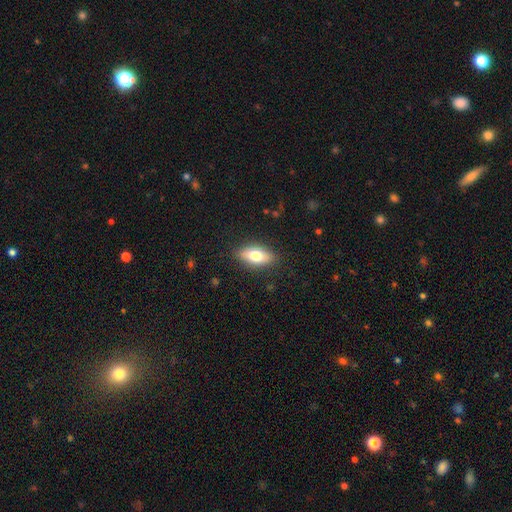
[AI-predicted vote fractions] Smooth or featured? Predicted: smooth (p=0.74). How rounded? Predicted: in between (p=0.85). Merging? Predicted: none (p=0.86).